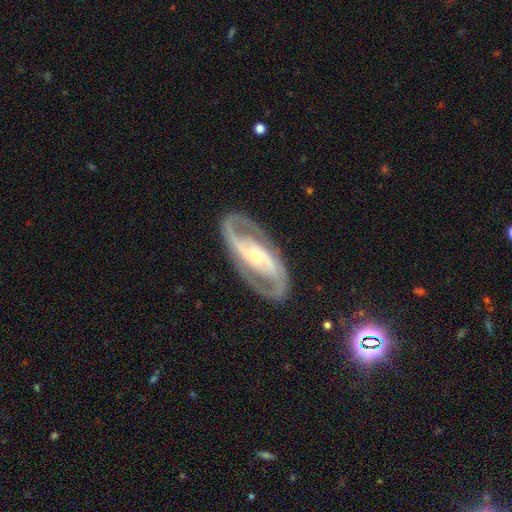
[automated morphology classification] Smooth or featured?
  - featured or disk: 90% *
  - smooth: 5%
  - star or artifact: 5%
Edge-on disk?
  - no: 95% *
  - yes: 5%
Bar?
  - strong: 39% *
  - no: 32%
  - weak: 29%
Spiral arms?
  - yes: 95% *
  - no: 5%
Spiral winding?
  - medium: 52% *
  - tight: 29%
  - loose: 18%
Spiral arm count?
  - 2: 92% *
  - can't tell: 3%
  - 1: 1%
  - 3: 1%
  - 4: 1%
  - more than 4: 1%
Bulge size?
  - small: 53% *
  - moderate: 42%
  - large: 3%
  - none: 1%
  - dominant: 1%
Merging?
  - none: 85% *
  - minor disturbance: 10%
  - major disturbance: 4%
  - merger: 1%